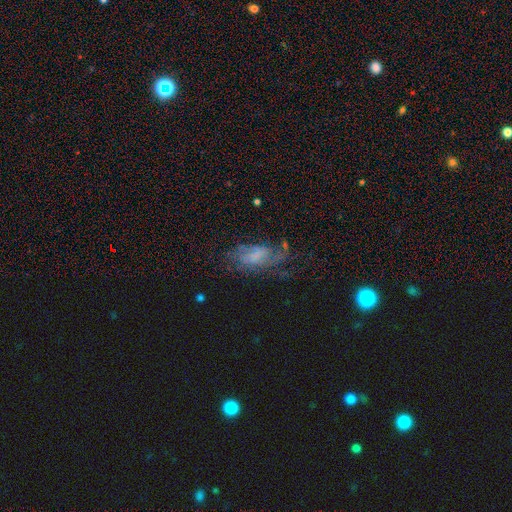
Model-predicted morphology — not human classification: This is possibly a featured or disk galaxy (59%). It is clearly not viewed edge-on (92%). Bar: possibly no (55%). Spiral arm pattern: likely yes (76%). Central bulge: possibly none (51%). Merging: possibly none (48%).